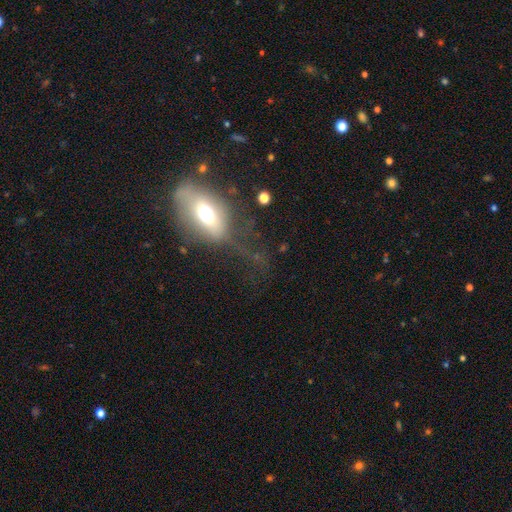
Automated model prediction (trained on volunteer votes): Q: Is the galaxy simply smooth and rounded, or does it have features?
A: smooth — 48%.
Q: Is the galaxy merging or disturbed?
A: major disturbance — 39%.